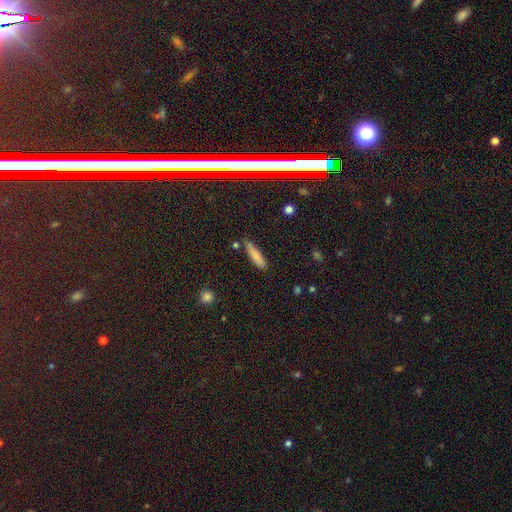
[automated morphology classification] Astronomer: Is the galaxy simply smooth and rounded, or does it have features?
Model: smooth — 77%.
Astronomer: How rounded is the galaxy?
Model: cigar-shaped — 80%.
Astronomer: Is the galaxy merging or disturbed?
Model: none — 81%.